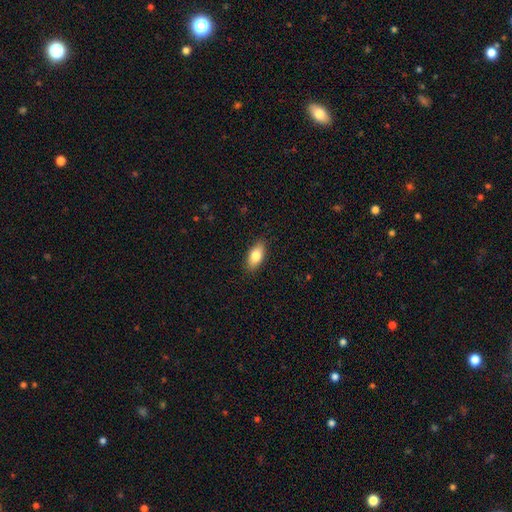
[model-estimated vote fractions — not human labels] This is likely a smooth galaxy (79%). How rounded: clearly in between (88%). Merging: clearly none (87%).